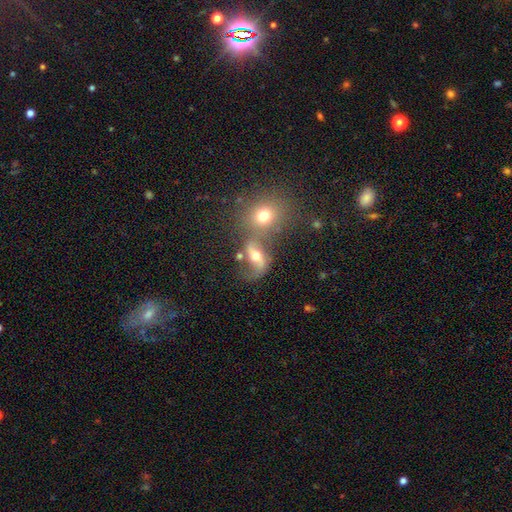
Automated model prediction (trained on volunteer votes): Q: Smooth or featured?
A: featured or disk (54%); runner-up: smooth (31%)
Q: Edge-on disk?
A: no (94%); runner-up: yes (6%)
Q: Bar?
A: no (43%); runner-up: weak (34%)
Q: Spiral arms?
A: yes (74%); runner-up: no (26%)
Q: Bulge size?
A: moderate (66%); runner-up: small (17%)
Q: Merging?
A: none (41%); runner-up: merger (35%)